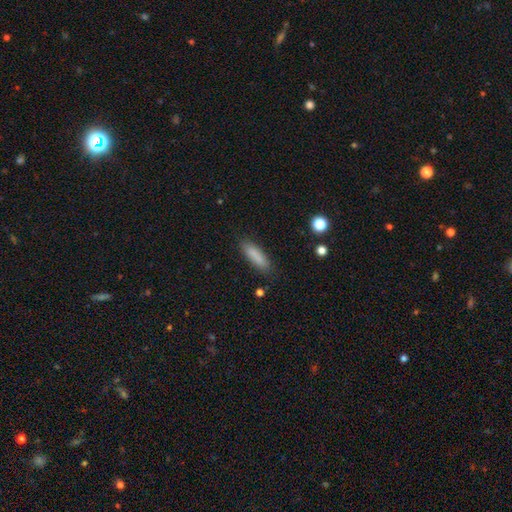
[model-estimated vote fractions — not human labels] Q: Smooth or featured?
A: smooth (85%); runner-up: featured or disk (8%)
Q: How rounded?
A: cigar-shaped (61%); runner-up: in between (37%)
Q: Merging?
A: none (86%); runner-up: minor disturbance (11%)